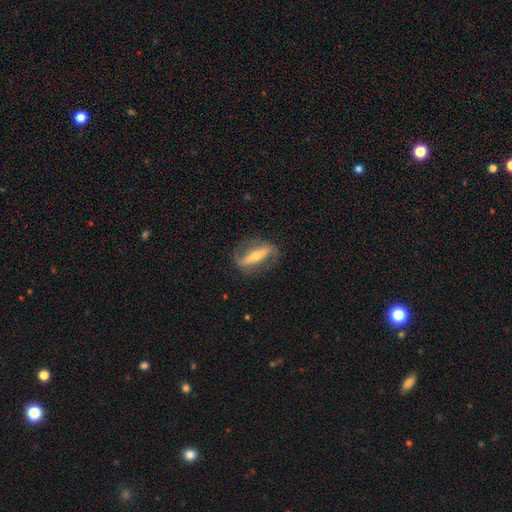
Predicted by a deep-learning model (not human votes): Q: Smooth or featured?
A: featured or disk (79%); runner-up: smooth (16%)
Q: Edge-on disk?
A: no (78%); runner-up: yes (22%)
Q: Bar?
A: strong (69%); runner-up: weak (17%)
Q: Spiral arms?
A: yes (81%); runner-up: no (19%)
Q: Spiral winding?
A: loose (44%); runner-up: medium (35%)
Q: Spiral arm count?
A: 2 (87%); runner-up: can't tell (6%)
Q: Bulge size?
A: moderate (48%); runner-up: small (47%)
Q: Merging?
A: none (78%); runner-up: minor disturbance (14%)